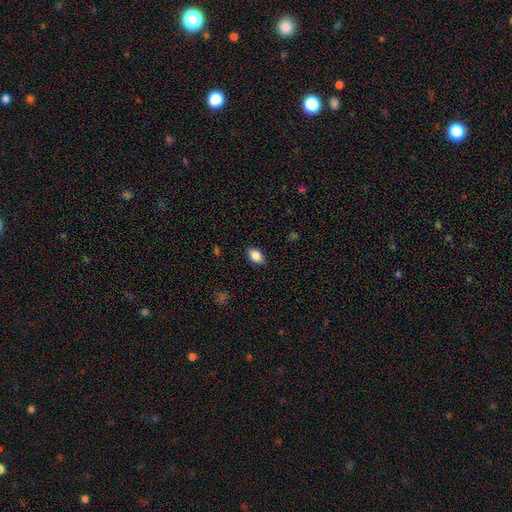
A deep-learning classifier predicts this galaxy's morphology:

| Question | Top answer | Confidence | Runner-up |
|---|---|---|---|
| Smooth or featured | smooth | 89% | star or artifact (8%) |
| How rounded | in between | 88% | round (10%) |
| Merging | none | 85% | minor disturbance (11%) |